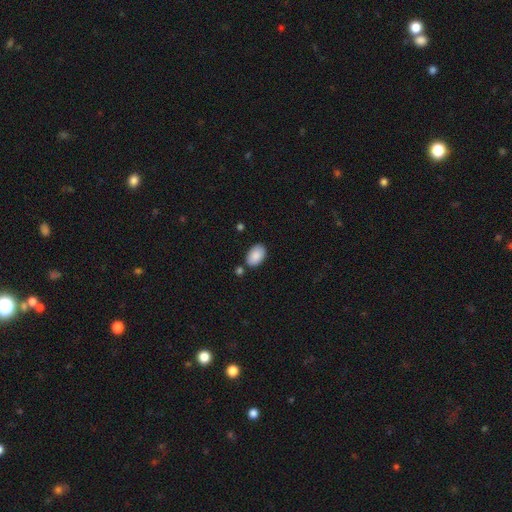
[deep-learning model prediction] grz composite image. It shows a smooth galaxy with no disk features (89%) that is in between round and cigar-shaped (93%). Merging: none (78%).